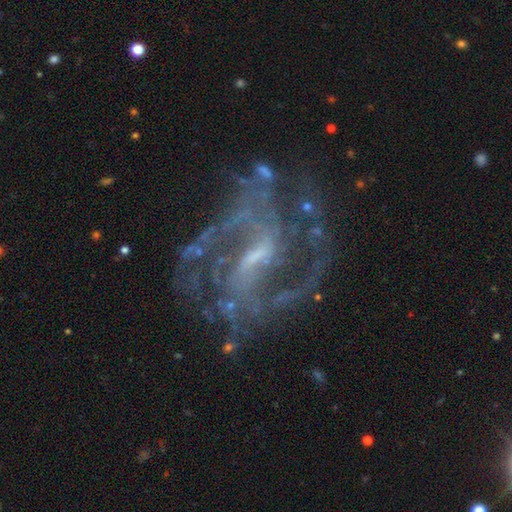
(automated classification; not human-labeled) The model was most divided on "bar": weak: 53%, strong: 34%, no: 13%. Remaining: edge-on disk — no (98%); spiral arms — yes (97%); smooth or featured — featured or disk (90%); merging — none (63%); bulge size — small (58%); spiral winding — medium (55%); spiral arm count — 2 (49%).